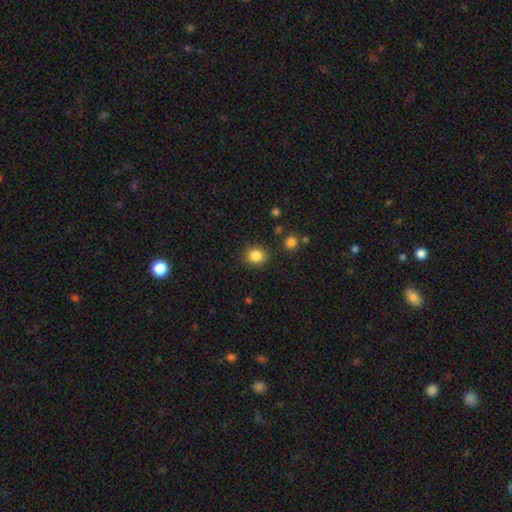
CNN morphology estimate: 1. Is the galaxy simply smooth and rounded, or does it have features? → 85% smooth, 11% star or artifact, 4% featured or disk.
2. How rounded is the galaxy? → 79% round, 20% in between, 1% cigar-shaped.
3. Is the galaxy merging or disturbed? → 87% none, 8% minor disturbance, 3% major disturbance, 2% merger.